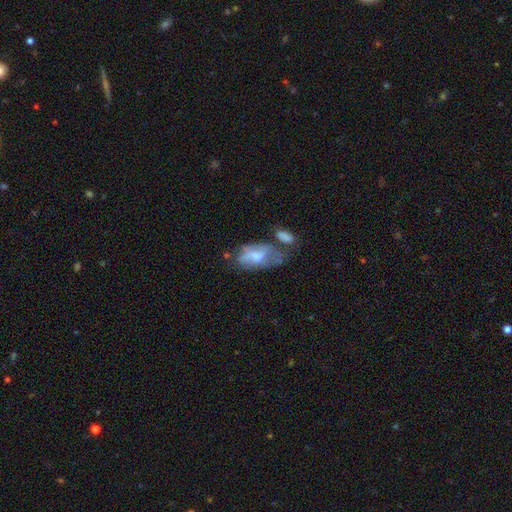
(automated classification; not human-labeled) This is possibly a smooth galaxy (53%). How rounded: clearly in between (92%). Merging: marginally none (28%).